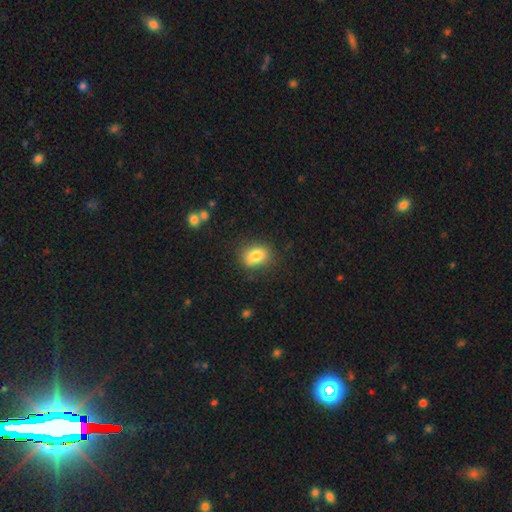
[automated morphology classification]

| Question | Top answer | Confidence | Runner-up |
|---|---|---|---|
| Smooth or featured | smooth | 81% | star or artifact (9%) |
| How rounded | in between | 65% | round (33%) |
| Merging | none | 77% | minor disturbance (16%) |